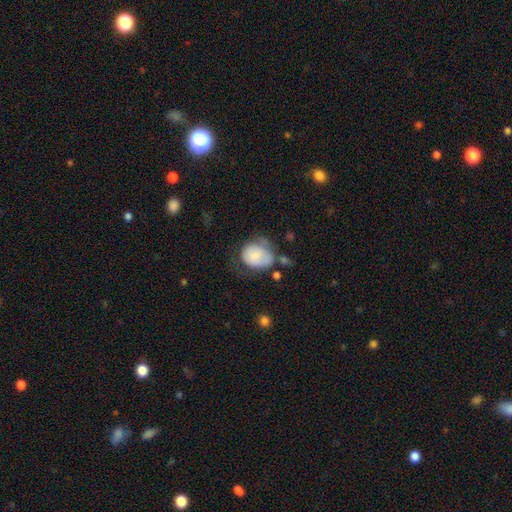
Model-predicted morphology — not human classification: The model was most divided on "how rounded": round: 50%, in between: 49%, cigar-shaped: 1%. Remaining: smooth or featured — smooth (75%); merging — none (36%).